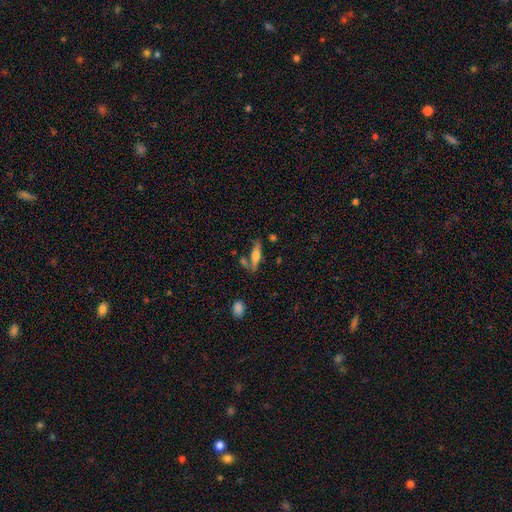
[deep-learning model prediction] Smooth or featured: featured or disk — 48% (smooth — 45%)
Merging: none — 69% (minor disturbance — 14%)